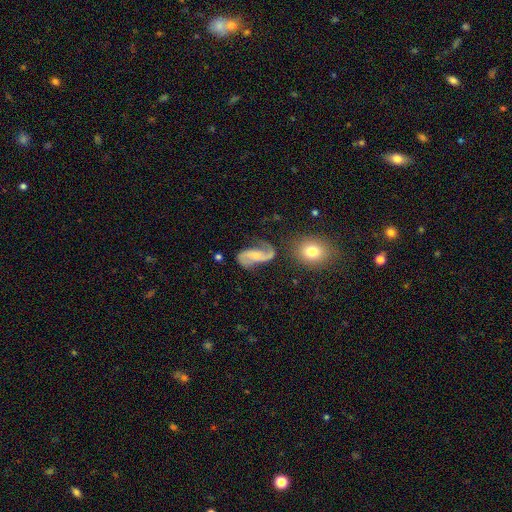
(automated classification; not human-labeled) Morphology: type=featured or disk (81%); edge-on=no (97%); bar=no (48%); spiral arms=yes (95%); winding=loose (55%); arm count=2 (90%); bulge=small (48%); merging=none (59%).